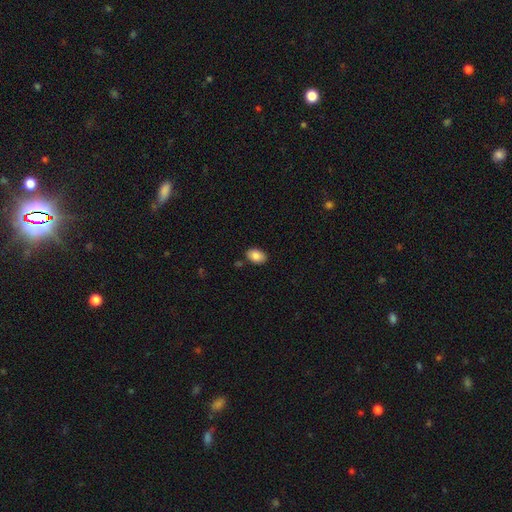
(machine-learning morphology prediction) A smooth galaxy with no disk features (86%) that is in between round and cigar-shaped (86%). Merging: none (85%).